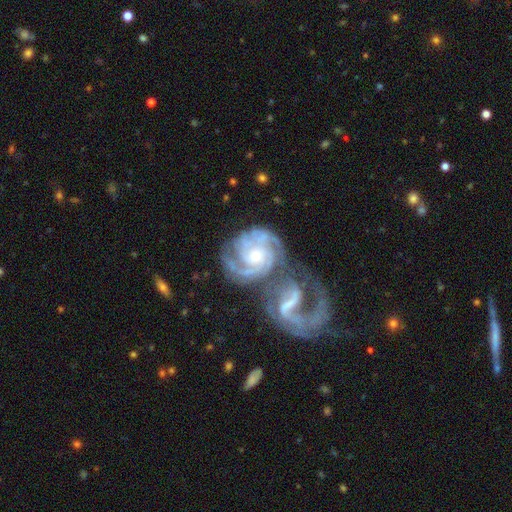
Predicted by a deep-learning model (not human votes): Smooth or featured? featured or disk (91%)
Edge-on disk? no (98%)
Bar? no (63%)
Spiral arms? yes (98%)
Spiral winding? tight (63%)
Spiral arm count? 3 (35%)
Bulge size? small (63%)
Merging? merger (50%)